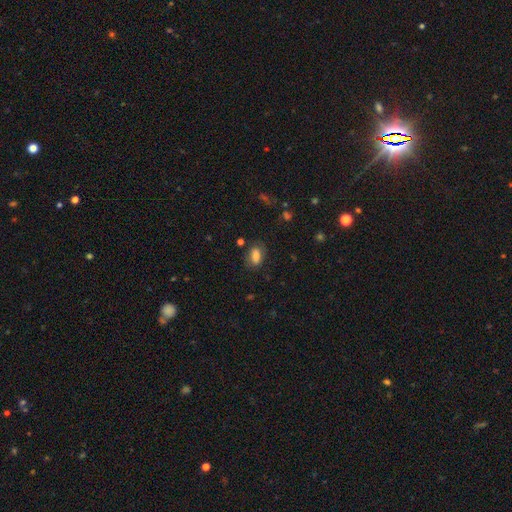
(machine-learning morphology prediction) This is likely a smooth galaxy (79%). How rounded: clearly in between (87%). Merging: likely none (72%).